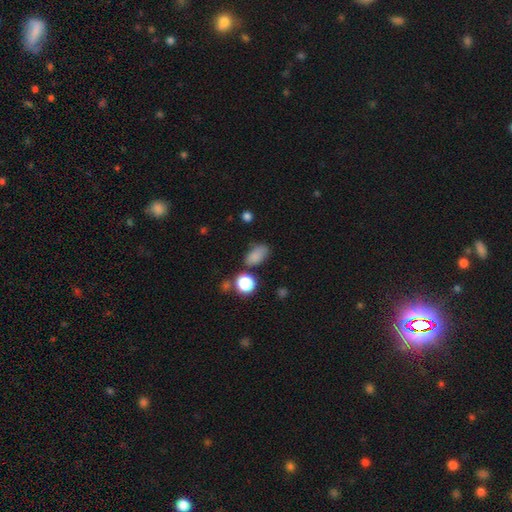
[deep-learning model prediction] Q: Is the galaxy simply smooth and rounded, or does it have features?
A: smooth — 81%.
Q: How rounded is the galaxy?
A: in between — 85%.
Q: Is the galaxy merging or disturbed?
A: none — 64%.